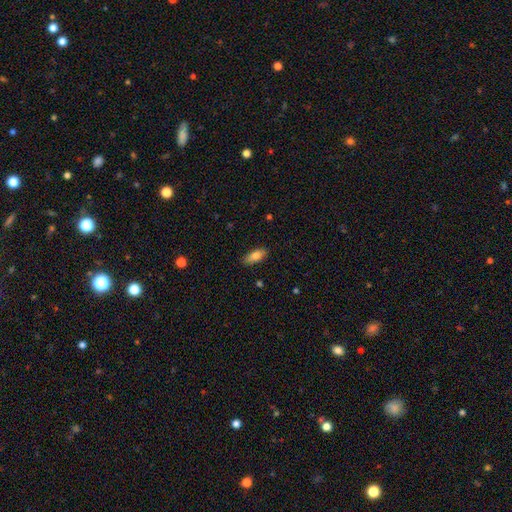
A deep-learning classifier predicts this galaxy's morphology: A smooth galaxy with no disk features (79%) that is in between round and cigar-shaped (79%).

Vote fractions:
- Smooth or featured? smooth: 79% / featured or disk: 14% / star or artifact: 7%
- How rounded? in between: 79% / cigar-shaped: 18% / round: 3%
- Merging? none: 87% / minor disturbance: 10% / major disturbance: 2% / merger: 1%